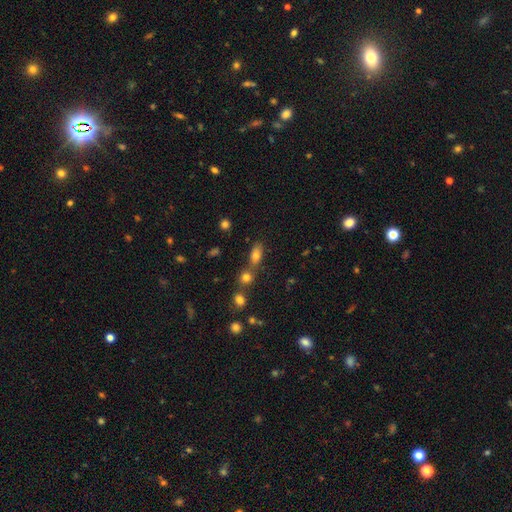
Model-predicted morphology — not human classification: Overall: smooth (75%). How rounded: in between (80%). Merging: none (52%; merger 31%).